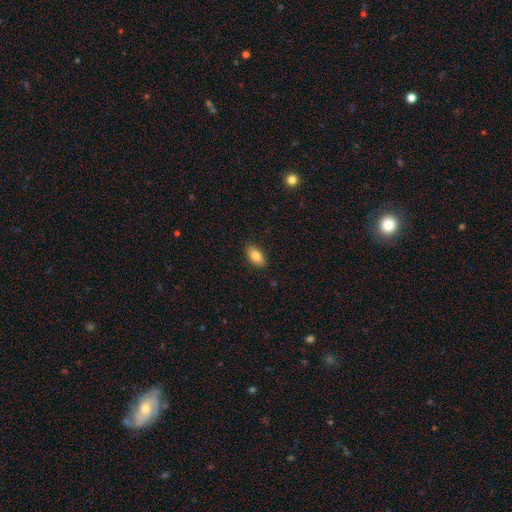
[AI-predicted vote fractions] The model was most divided on "smooth or featured": smooth: 83%, featured or disk: 10%, star or artifact: 7%. More confident: how rounded — in between (90%); merging — none (88%).